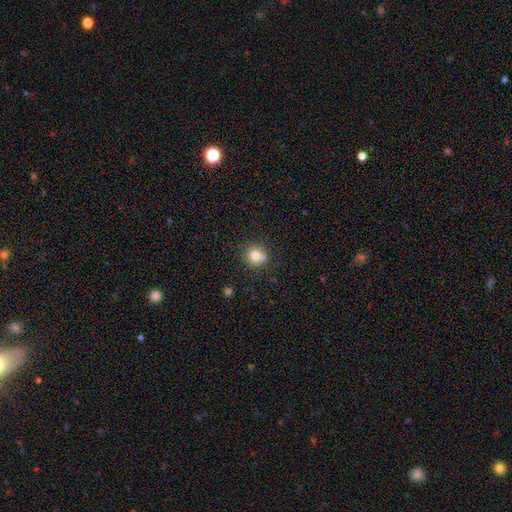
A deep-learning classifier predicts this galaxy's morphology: Smooth or featured?
  - smooth: 76% *
  - star or artifact: 12%
  - featured or disk: 11%
How rounded?
  - round: 91% *
  - in between: 8%
  - cigar-shaped: 1%
Merging?
  - none: 70% *
  - merger: 17%
  - minor disturbance: 10%
  - major disturbance: 3%